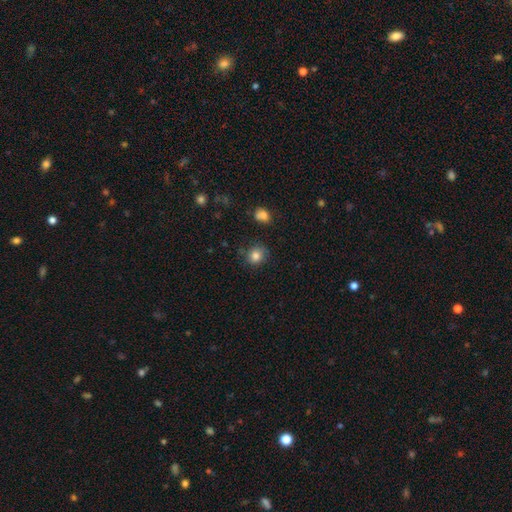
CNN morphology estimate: Smooth or featured? smooth (83%)
How rounded? round (77%)
Merging? none (77%)